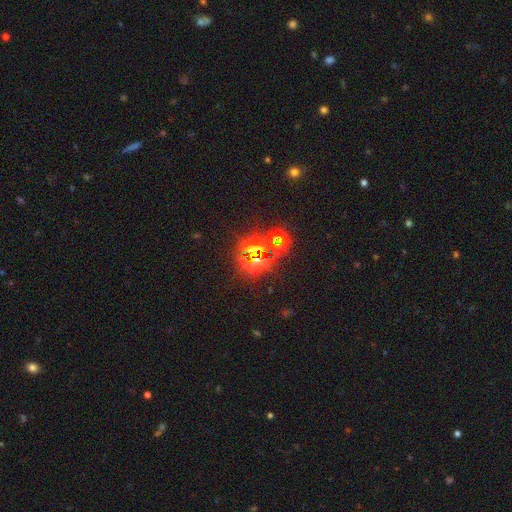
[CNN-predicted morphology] This appears to be a star or artifact, not a galaxy (77%).